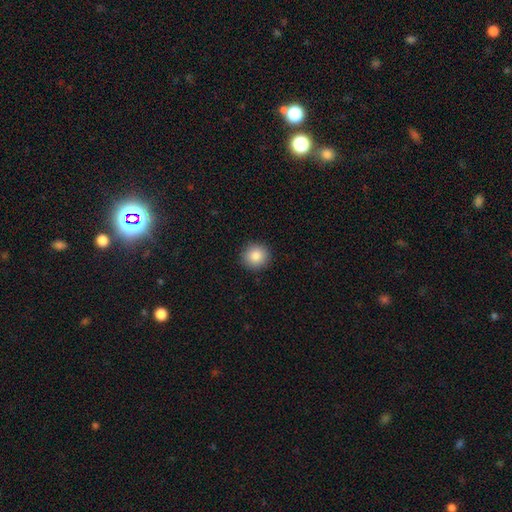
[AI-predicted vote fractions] Morphology: type=smooth (85%); roundness=round (92%); merging=none (92%).